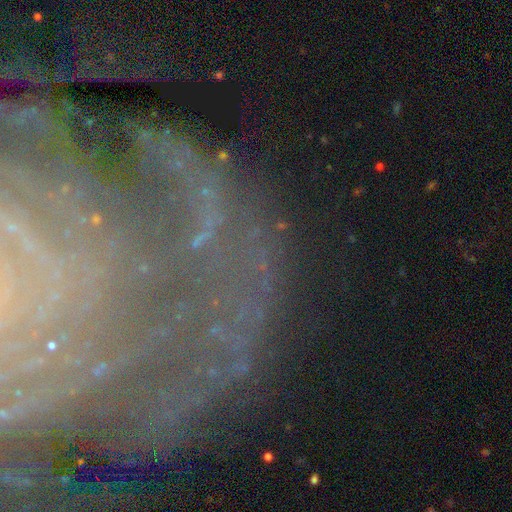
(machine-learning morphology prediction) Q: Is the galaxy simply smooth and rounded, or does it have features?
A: featured or disk — 56%.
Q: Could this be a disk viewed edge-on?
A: no — 83%.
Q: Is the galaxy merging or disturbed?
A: none — 73%.